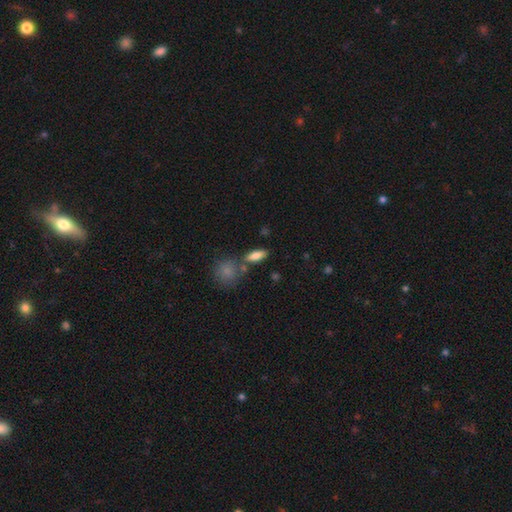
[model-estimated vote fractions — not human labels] This appears to be a smooth galaxy with no disk features (82%) that is in between round and cigar-shaped (69%). Merging: none (70%).